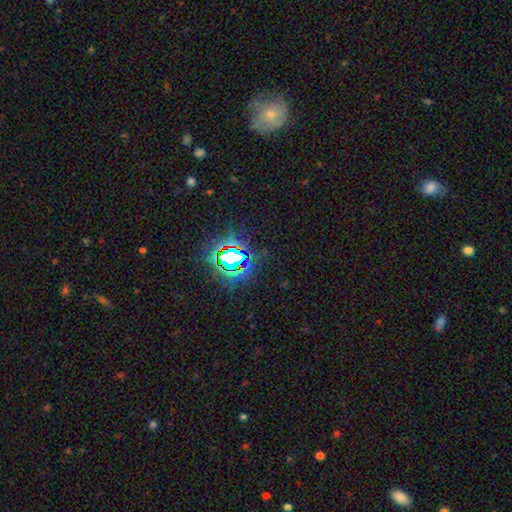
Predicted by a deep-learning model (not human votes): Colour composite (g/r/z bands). It shows a star or artifact, not a galaxy (79%).